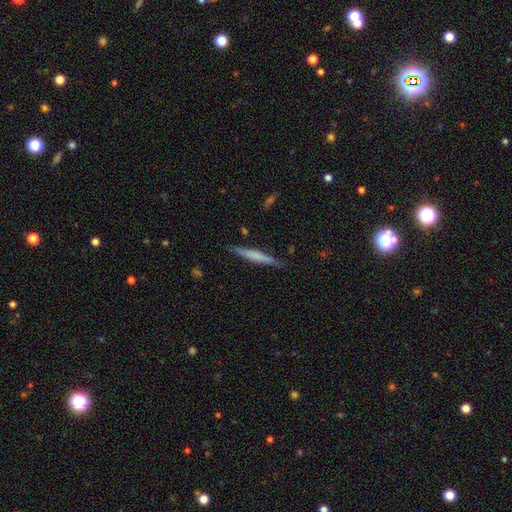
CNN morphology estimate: Smooth or featured? smooth (53%)
How rounded? cigar-shaped (95%)
Merging? none (86%)